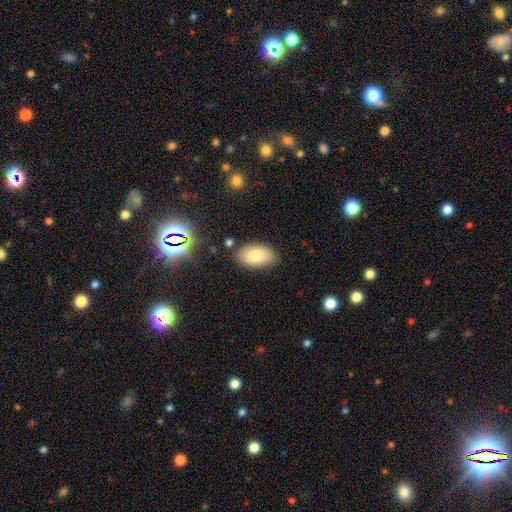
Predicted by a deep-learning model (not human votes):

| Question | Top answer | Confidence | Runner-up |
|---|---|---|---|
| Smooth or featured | smooth | 81% | featured or disk (11%) |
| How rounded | in between | 94% | round (5%) |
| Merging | none | 82% | minor disturbance (13%) |